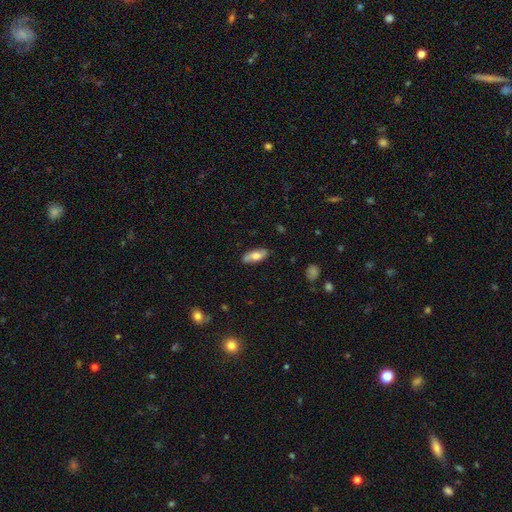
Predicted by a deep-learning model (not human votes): Q: Smooth or featured?
A: smooth (66%); runner-up: featured or disk (28%)
Q: How rounded?
A: in between (79%); runner-up: cigar-shaped (19%)
Q: Merging?
A: none (81%); runner-up: minor disturbance (15%)